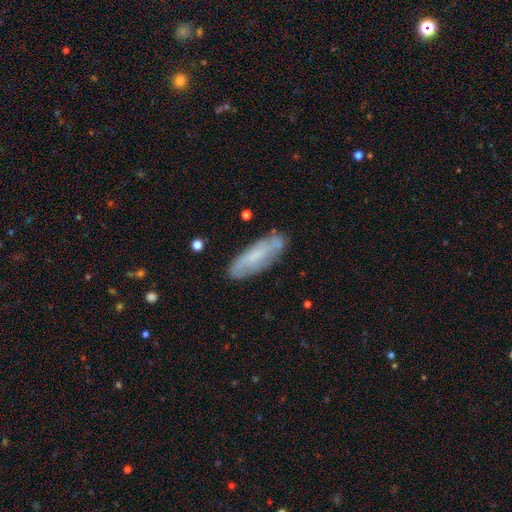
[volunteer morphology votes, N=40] Smooth or featured?
  - smooth: 50% *
  - featured or disk: 45%
  - star or artifact: 5%
How rounded?
  - in between: 75% *
  - cigar-shaped: 25%
  - round: 0%
Merging?
  - none: 92% *
  - minor disturbance: 8%
  - major disturbance: 0%
  - merger: 0%